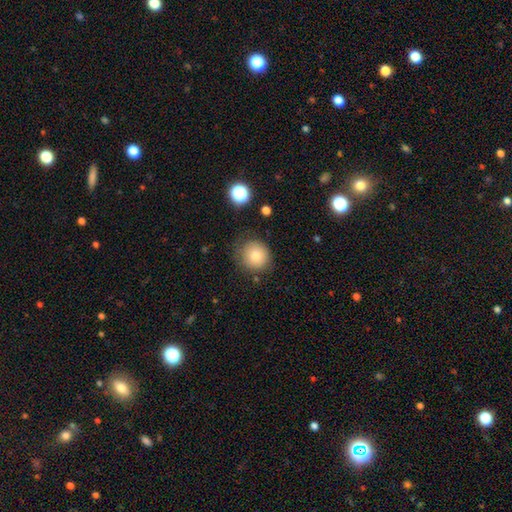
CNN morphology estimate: Smooth or featured? Predicted: smooth (p=0.80). How rounded? Predicted: round (p=0.91). Merging? Predicted: none (p=0.76).